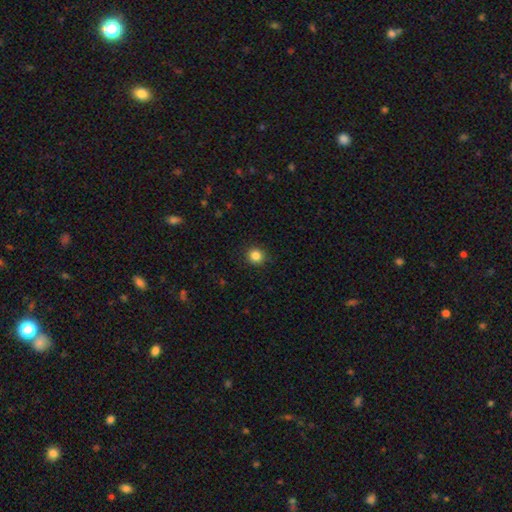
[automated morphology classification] Smooth or featured? Predicted: smooth (p=0.85). How rounded? Predicted: round (p=0.93). Merging? Predicted: none (p=0.92).